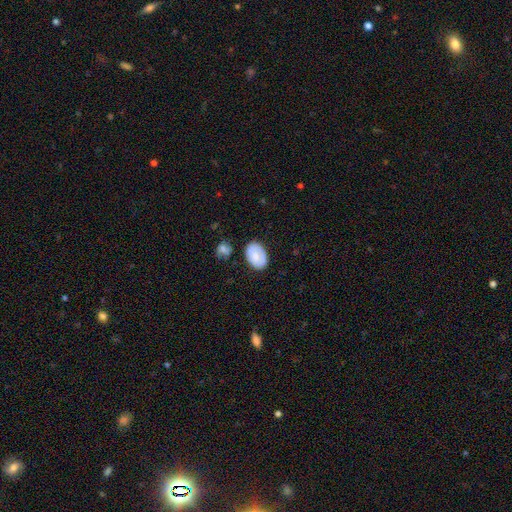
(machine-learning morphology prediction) Q: Smooth or featured?
A: smooth (76%); runner-up: featured or disk (17%)
Q: How rounded?
A: in between (88%); runner-up: round (11%)
Q: Merging?
A: none (74%); runner-up: minor disturbance (17%)